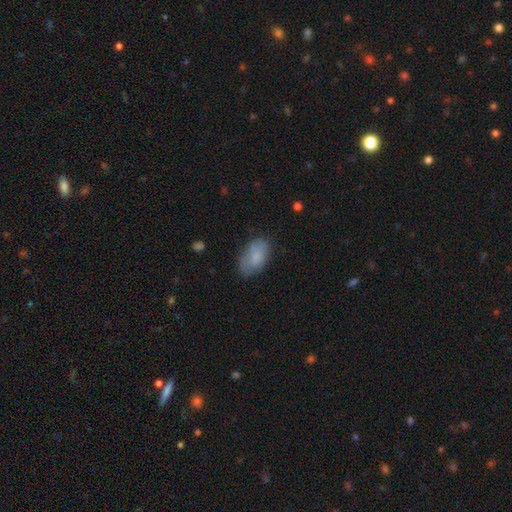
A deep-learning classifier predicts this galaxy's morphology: This is likely a smooth galaxy (79%). How rounded: clearly in between (93%). Merging: likely none (67%).